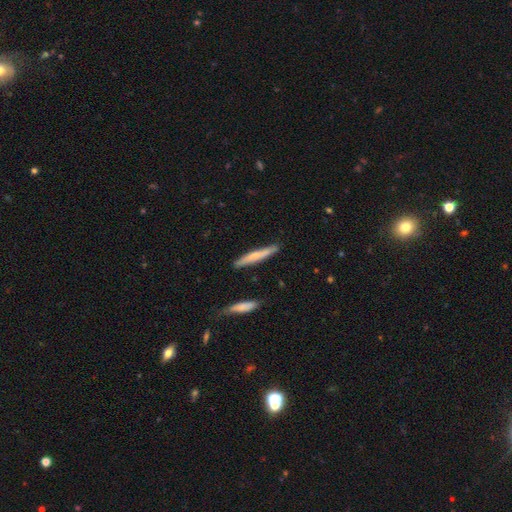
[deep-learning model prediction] Morphology: type=smooth (62%); roundness=cigar-shaped (94%); merging=none (85%).